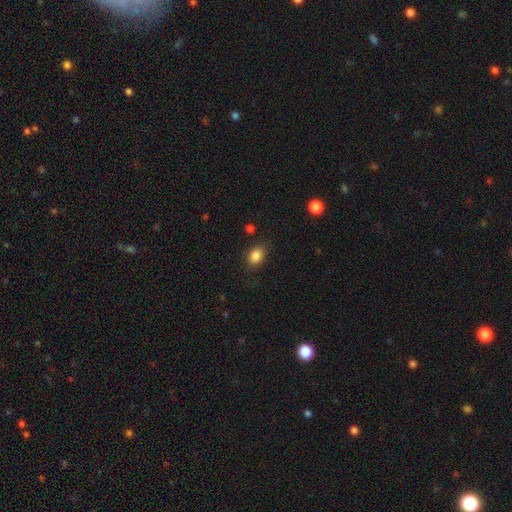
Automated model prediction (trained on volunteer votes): smooth 85%, star or artifact 9%, featured or disk 5%. Down the decision tree: how rounded — in between (65%); merging — none (77%).